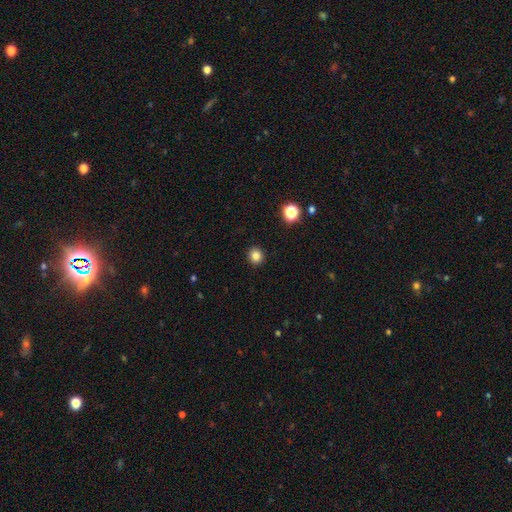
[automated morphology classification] smooth_or_featured: smooth (p=0.84) [alt: star or artifact p=0.12]
how_rounded: round (p=0.85) [alt: in between p=0.14]
merging: none (p=0.92) [alt: minor disturbance p=0.05]